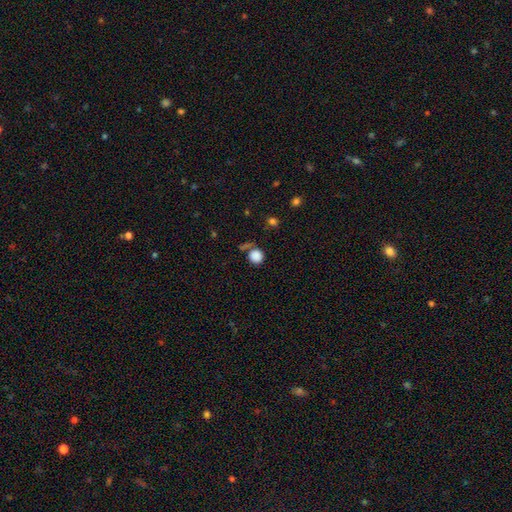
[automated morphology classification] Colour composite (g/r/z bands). It shows a smooth galaxy with no disk features (84%) that is round (89%). Merging: none (68%).